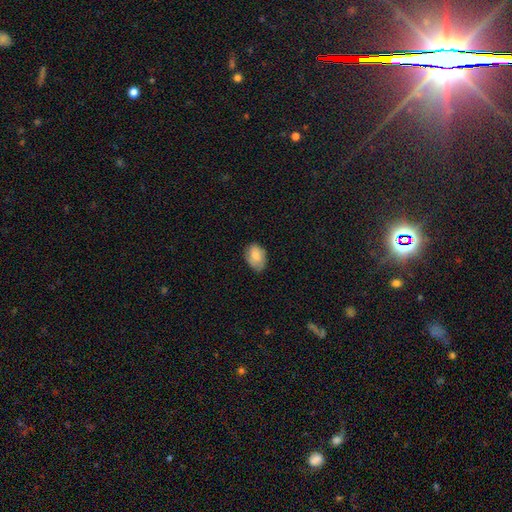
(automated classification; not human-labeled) This is clearly a smooth galaxy (83%). How rounded: clearly in between (82%). Merging: likely none (73%).